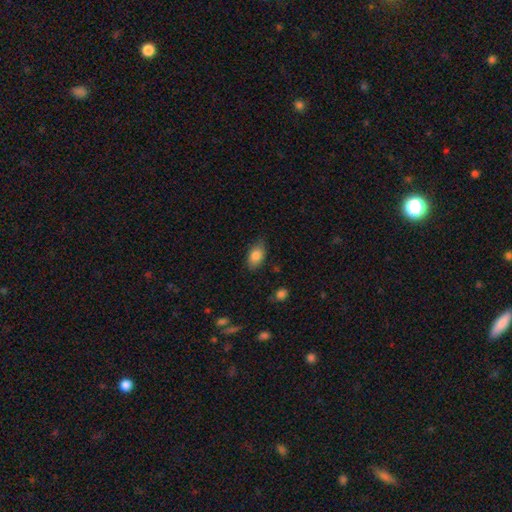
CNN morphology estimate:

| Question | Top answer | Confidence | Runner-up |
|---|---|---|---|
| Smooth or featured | smooth | 84% | featured or disk (8%) |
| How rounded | in between | 90% | round (8%) |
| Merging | none | 76% | minor disturbance (19%) |